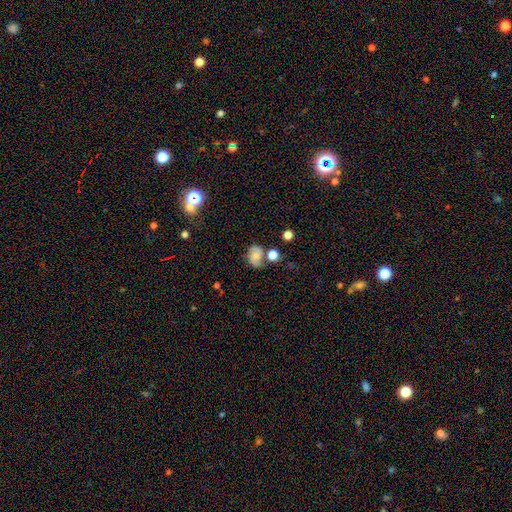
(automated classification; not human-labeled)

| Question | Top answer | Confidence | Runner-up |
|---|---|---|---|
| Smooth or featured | featured or disk | 49% | smooth (39%) |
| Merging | none | 52% | minor disturbance (22%) |